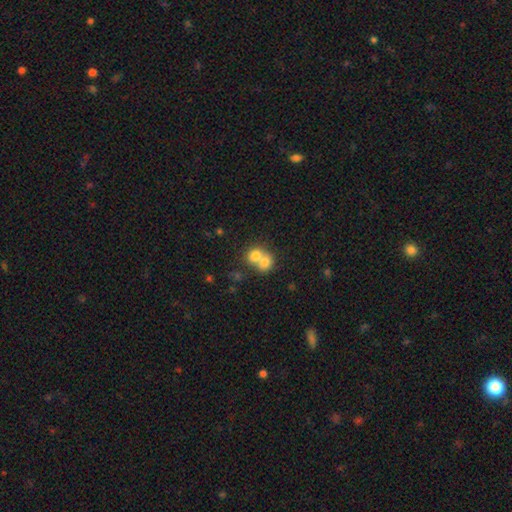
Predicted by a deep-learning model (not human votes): smooth_or_featured: smooth (p=0.73) [alt: featured or disk p=0.17]
how_rounded: round (p=0.65) [alt: in between p=0.34]
merging: merger (p=0.71) [alt: none p=0.22]